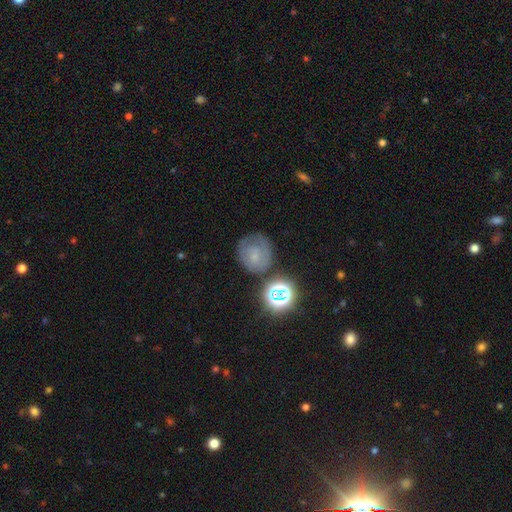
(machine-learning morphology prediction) type=smooth (43%); merging=none (66%).